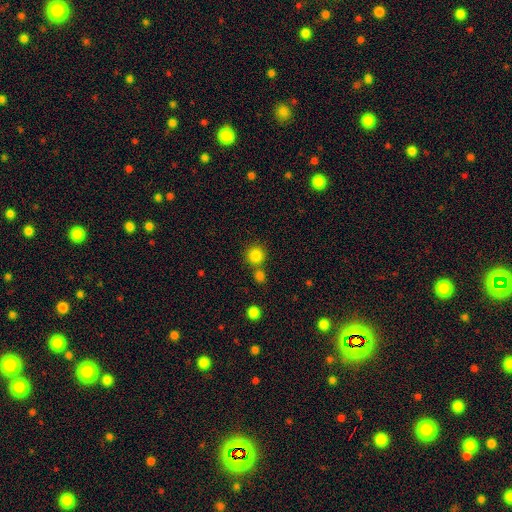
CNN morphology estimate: Smooth or featured?
  - smooth: 83% *
  - star or artifact: 12%
  - featured or disk: 5%
How rounded?
  - round: 93% *
  - in between: 6%
  - cigar-shaped: 1%
Merging?
  - none: 70% *
  - merger: 20%
  - minor disturbance: 7%
  - major disturbance: 3%